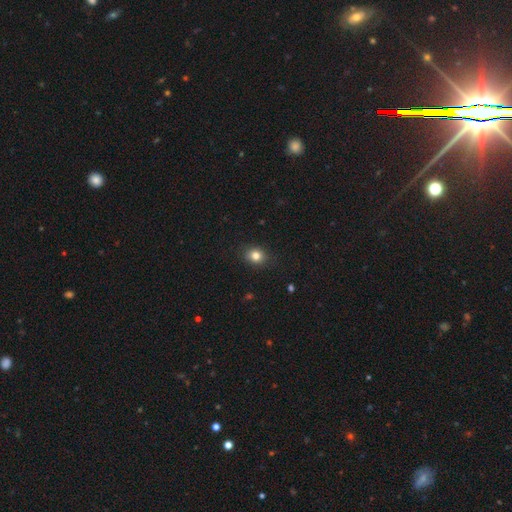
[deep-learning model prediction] This is clearly a smooth galaxy (82%). How rounded: possibly round (60%). Merging: clearly none (88%).